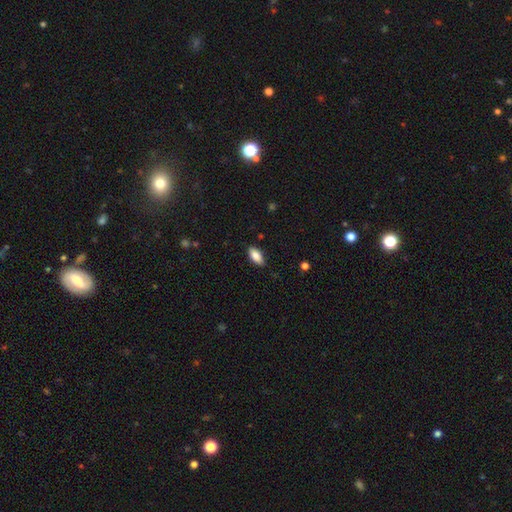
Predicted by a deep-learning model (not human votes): Morphology: type=smooth (86%); roundness=in between (89%); merging=none (85%).